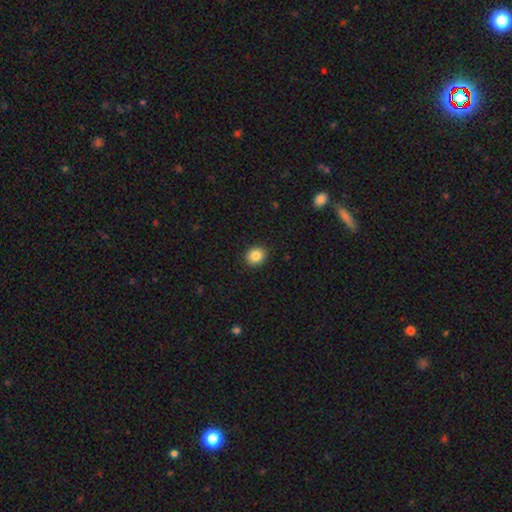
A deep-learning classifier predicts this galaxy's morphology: smooth-or-featured: smooth: 86% | star or artifact: 9% | featured or disk: 5%
  how-rounded: round: 72% | in between: 27% | cigar-shaped: 1%
  merging: none: 91% | minor disturbance: 6% | major disturbance: 2% | merger: 1%